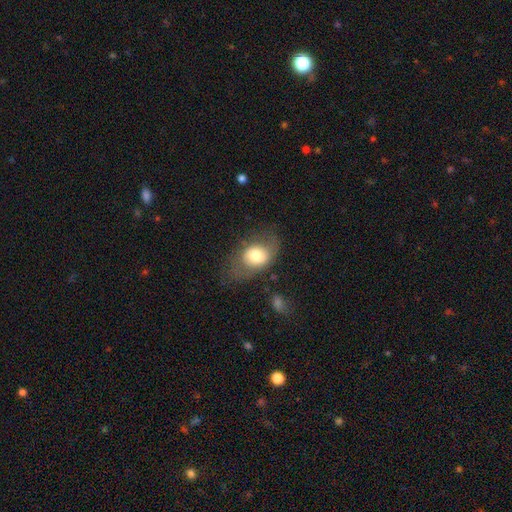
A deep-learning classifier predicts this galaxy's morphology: Smooth or featured?
  - smooth: 68% *
  - featured or disk: 24%
  - star or artifact: 8%
How rounded?
  - in between: 71% *
  - round: 28%
  - cigar-shaped: 1%
Merging?
  - none: 56% *
  - minor disturbance: 24%
  - major disturbance: 17%
  - merger: 3%